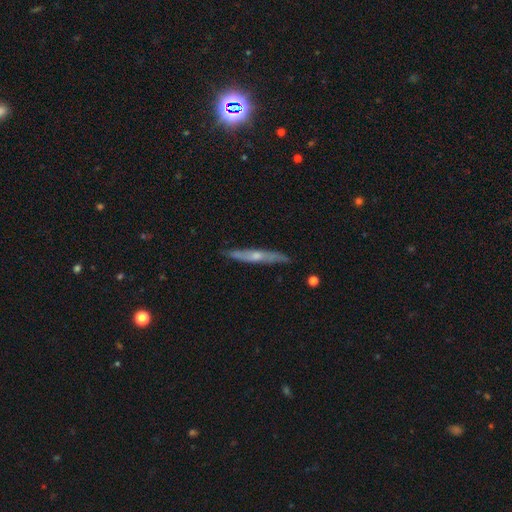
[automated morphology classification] Smooth or featured: featured or disk — 61% (smooth — 32%)
Edge-on disk: yes — 88% (no — 12%)
Edge-on bulge: rounded — 67% (none — 29%)
Merging: none — 86% (minor disturbance — 11%)